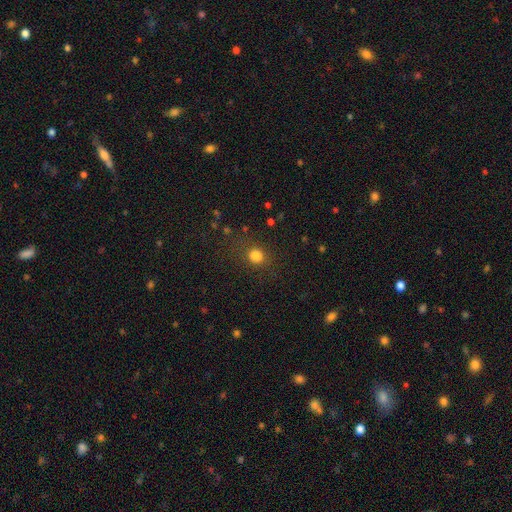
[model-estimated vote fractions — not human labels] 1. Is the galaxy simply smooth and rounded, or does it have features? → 80% smooth, 14% star or artifact, 5% featured or disk.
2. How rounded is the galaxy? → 68% round, 30% in between, 1% cigar-shaped.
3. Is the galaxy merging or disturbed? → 77% none, 12% minor disturbance, 7% major disturbance, 3% merger.